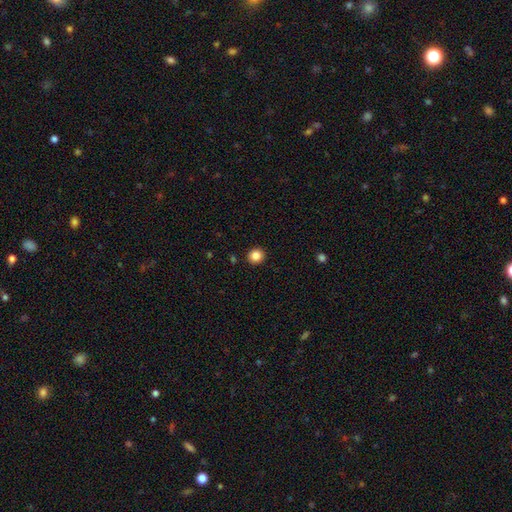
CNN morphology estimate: Smooth or featured: smooth — 85% (star or artifact — 11%)
How rounded: round — 91% (in between — 8%)
Merging: none — 93% (minor disturbance — 5%)